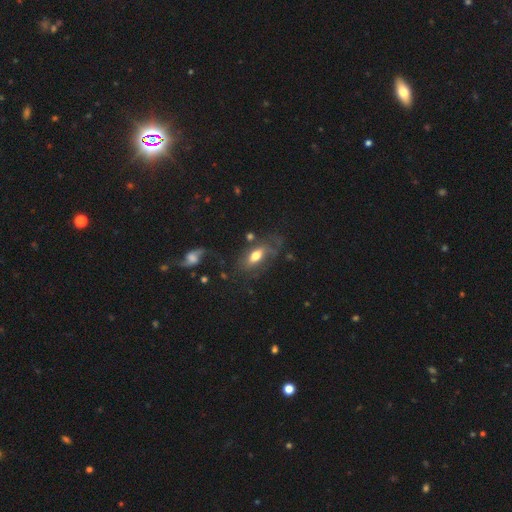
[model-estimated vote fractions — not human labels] A smooth galaxy with no disk features (55%) that is in between round and cigar-shaped (83%).

Vote fractions:
- Smooth or featured? smooth: 55% / featured or disk: 37% / star or artifact: 8%
- How rounded? in between: 83% / cigar-shaped: 12% / round: 6%
- Merging? none: 52% / minor disturbance: 22% / major disturbance: 21% / merger: 5%